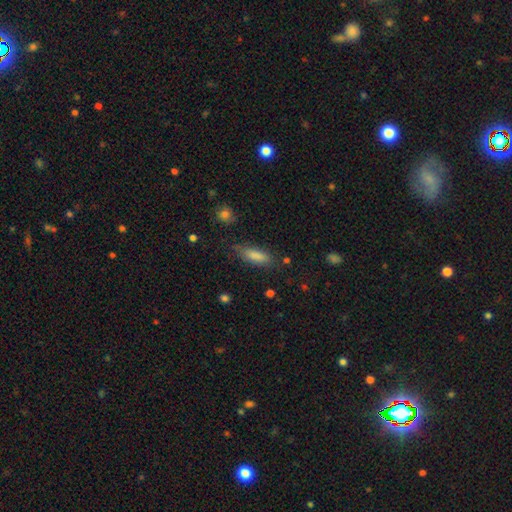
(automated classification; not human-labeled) Overall: smooth (84%). How rounded: in between (56%; cigar-shaped 42%). Merging: none (74%).